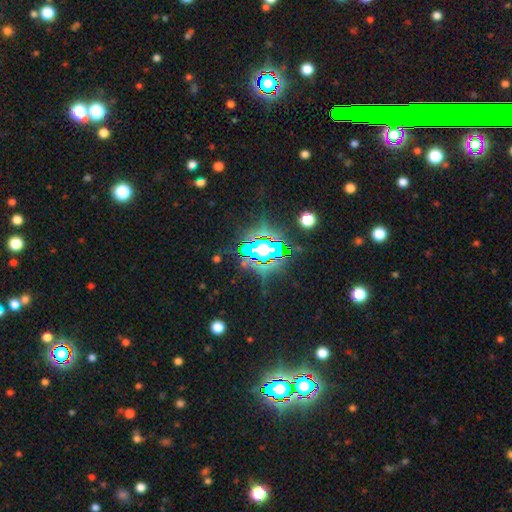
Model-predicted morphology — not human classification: This is likely a star or artifact rather than a galaxy (77%).